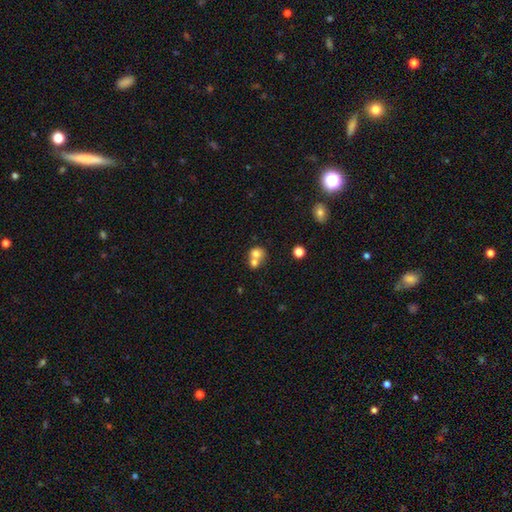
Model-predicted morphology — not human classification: type=smooth (72%); roundness=round (73%); merging=merger (63%).